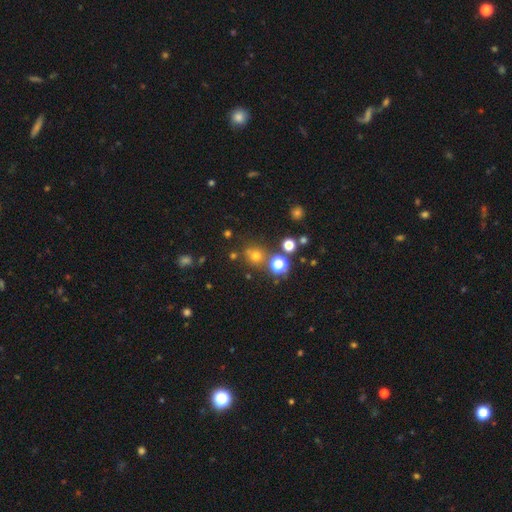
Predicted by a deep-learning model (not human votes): Smooth or featured? smooth (64%)
How rounded? round (87%)
Merging? none (74%)